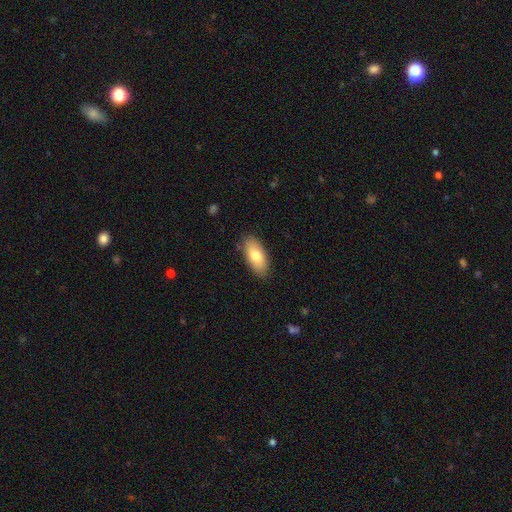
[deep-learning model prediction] Smooth or featured? Predicted: smooth (p=0.76). How rounded? Predicted: in between (p=0.89). Merging? Predicted: none (p=0.85).